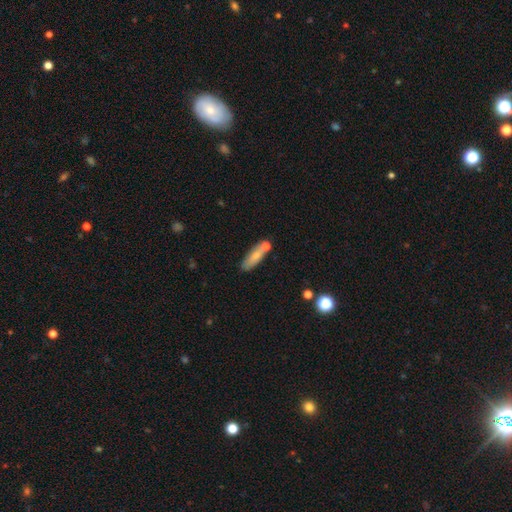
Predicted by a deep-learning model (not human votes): A smooth galaxy with no disk features (73%) that is cigar-shaped (55%).

Vote fractions:
- Smooth or featured? smooth: 73% / featured or disk: 20% / star or artifact: 7%
- How rounded? cigar-shaped: 55% / in between: 42% / round: 3%
- Merging? none: 60% / merger: 19% / minor disturbance: 16% / major disturbance: 4%